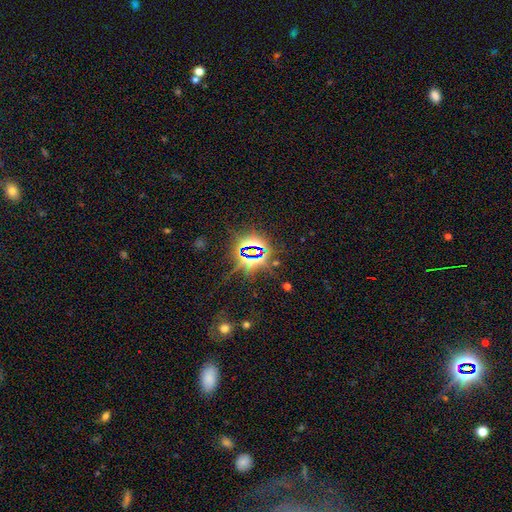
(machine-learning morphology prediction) smooth_or_featured: star or artifact (p=0.82) [alt: smooth p=0.10]